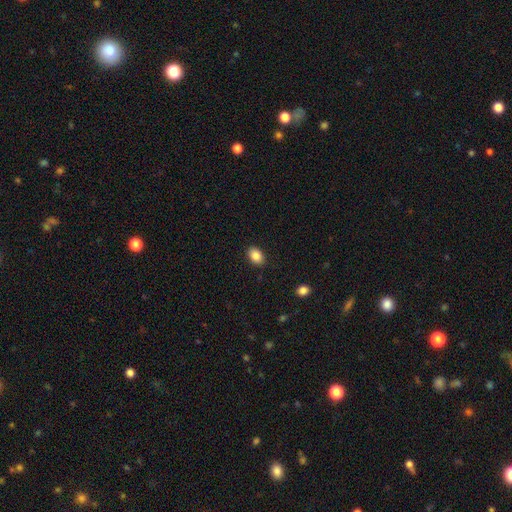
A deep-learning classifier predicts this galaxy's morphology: A smooth galaxy with no disk features (86%) that is in between round and cigar-shaped (81%). Merging: none (89%).